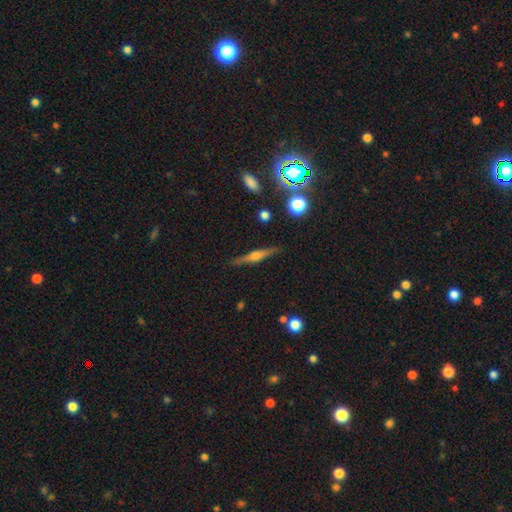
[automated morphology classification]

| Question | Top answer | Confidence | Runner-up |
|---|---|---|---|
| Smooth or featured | featured or disk | 72% | smooth (21%) |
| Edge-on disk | yes | 98% | no (2%) |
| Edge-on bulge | rounded | 85% | boxy (11%) |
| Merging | none | 89% | minor disturbance (8%) |